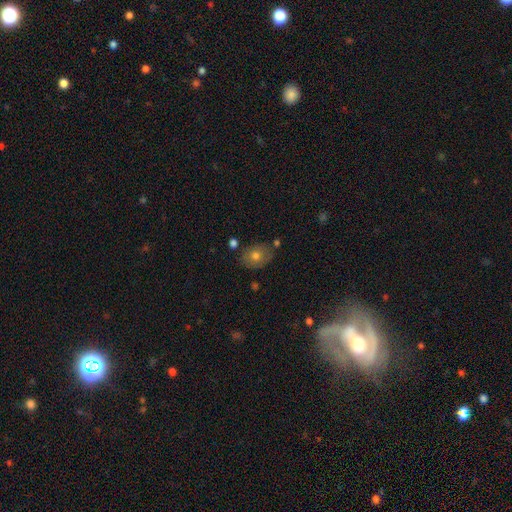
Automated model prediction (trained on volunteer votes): Smooth or featured? smooth (70%)
How rounded? in between (61%)
Merging? none (76%)